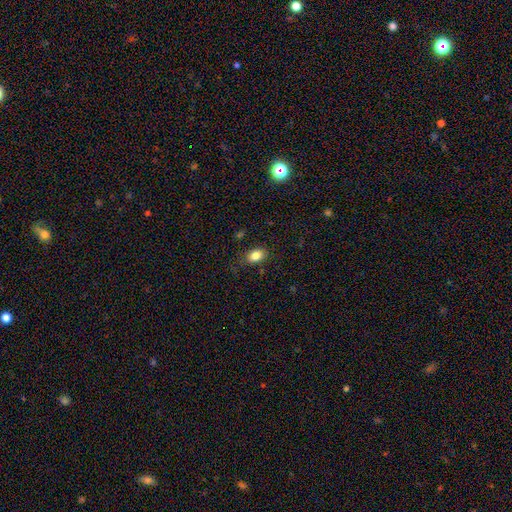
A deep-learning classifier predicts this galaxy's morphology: Smooth or featured?
  - smooth: 84% *
  - star or artifact: 9%
  - featured or disk: 6%
How rounded?
  - in between: 84% *
  - round: 15%
  - cigar-shaped: 2%
Merging?
  - none: 80% *
  - minor disturbance: 14%
  - major disturbance: 4%
  - merger: 1%